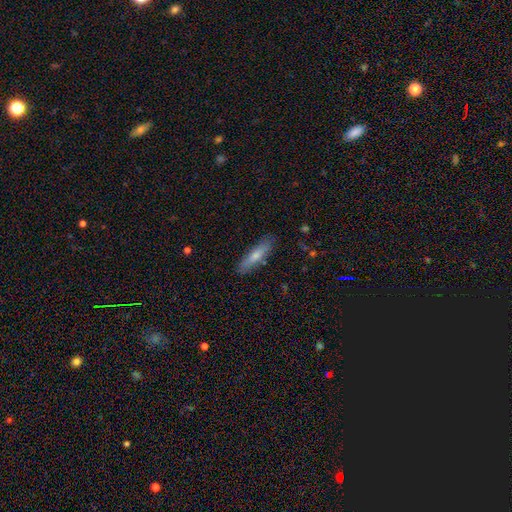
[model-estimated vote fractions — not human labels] Smooth or featured?
  - smooth: 68% *
  - featured or disk: 26%
  - star or artifact: 6%
How rounded?
  - cigar-shaped: 73% *
  - in between: 25%
  - round: 2%
Merging?
  - none: 85% *
  - minor disturbance: 11%
  - major disturbance: 2%
  - merger: 1%